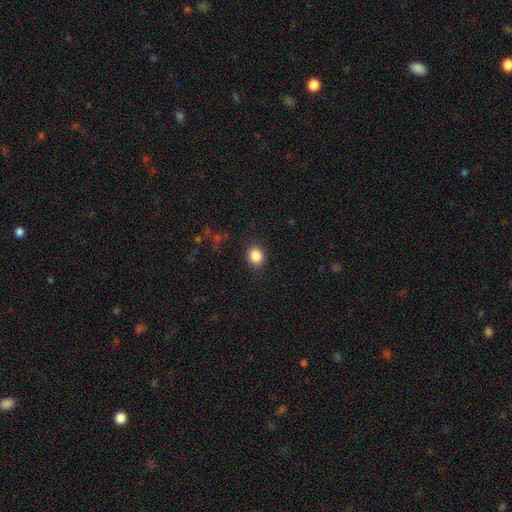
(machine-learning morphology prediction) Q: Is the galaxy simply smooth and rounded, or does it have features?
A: smooth — 86%.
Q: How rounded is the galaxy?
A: round — 63%.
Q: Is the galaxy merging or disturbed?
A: none — 88%.